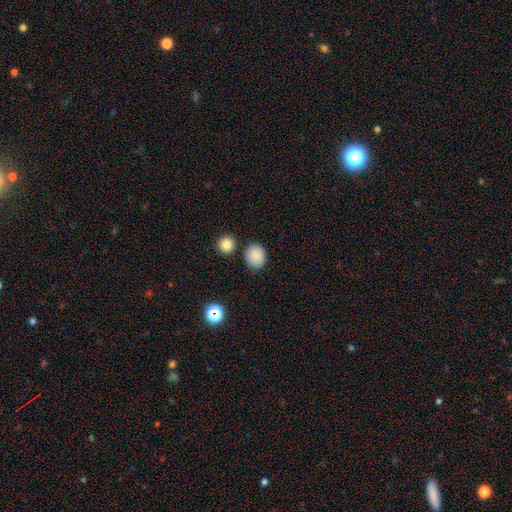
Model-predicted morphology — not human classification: Smooth or featured: smooth — 85% (star or artifact — 9%)
How rounded: round — 64% (in between — 35%)
Merging: none — 83% (minor disturbance — 10%)